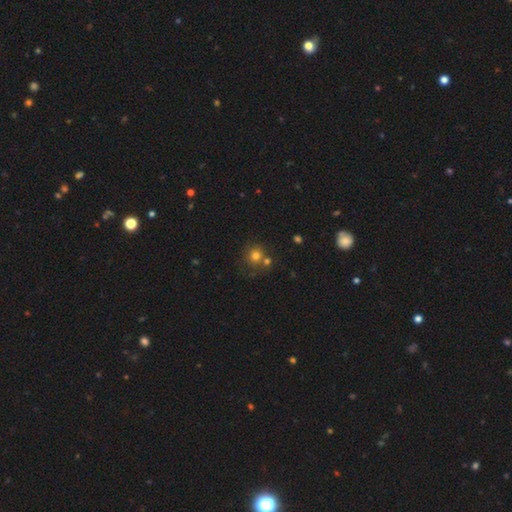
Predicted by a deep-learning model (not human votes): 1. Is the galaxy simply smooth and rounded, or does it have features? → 76% smooth, 14% star or artifact, 10% featured or disk.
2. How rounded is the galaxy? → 88% round, 11% in between, 1% cigar-shaped.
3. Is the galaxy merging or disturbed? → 59% none, 26% merger, 11% minor disturbance, 4% major disturbance.